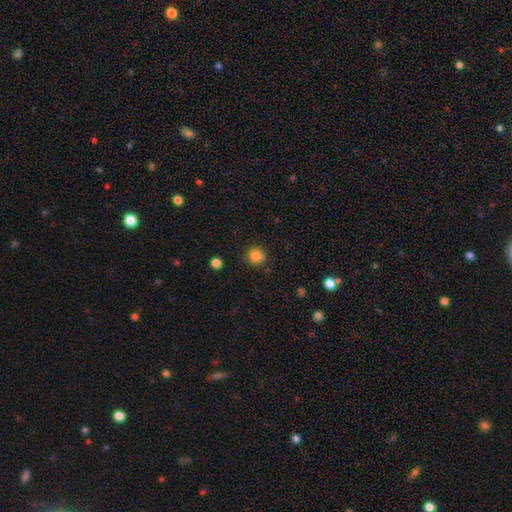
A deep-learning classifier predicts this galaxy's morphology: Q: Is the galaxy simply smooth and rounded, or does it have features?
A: smooth — 83%.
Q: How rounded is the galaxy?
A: round — 90%.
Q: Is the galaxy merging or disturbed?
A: none — 79%.